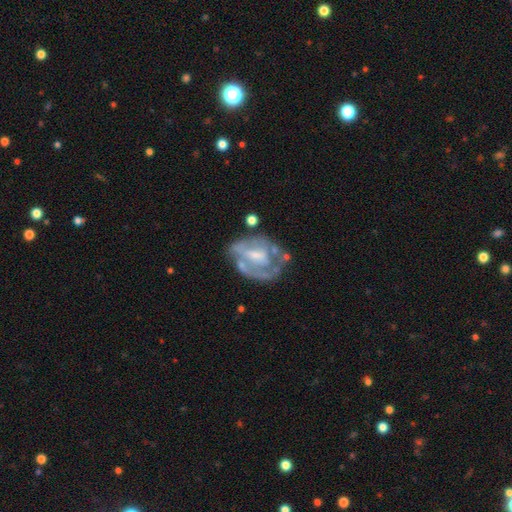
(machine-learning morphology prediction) Smooth or featured: featured or disk — 74% (smooth — 19%)
Edge-on disk: no — 97% (yes — 3%)
Bar: weak — 44% (no — 35%)
Spiral arms: yes — 60% (no — 40%)
Bulge size: small — 44% (moderate — 36%)
Merging: none — 47% (minor disturbance — 24%)